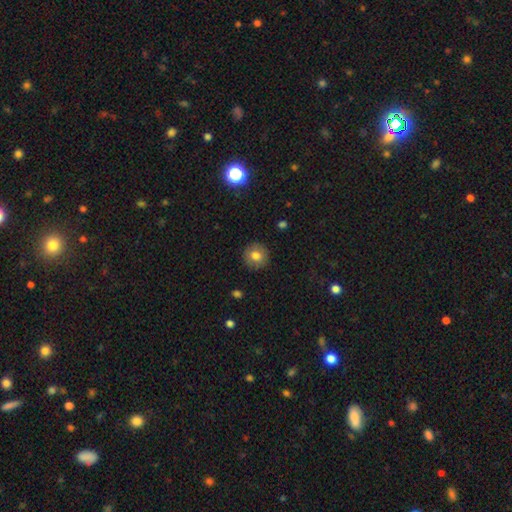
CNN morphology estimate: This appears to be a smooth galaxy with no disk features (77%) that is round (93%). Merging: none (89%).